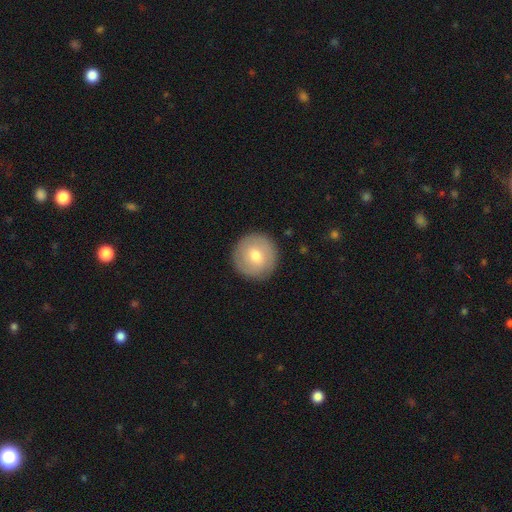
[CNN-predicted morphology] Smooth or featured?
  - smooth: 65% *
  - featured or disk: 28%
  - star or artifact: 7%
How rounded?
  - round: 95% *
  - in between: 4%
  - cigar-shaped: 1%
Merging?
  - none: 89% *
  - minor disturbance: 7%
  - major disturbance: 2%
  - merger: 1%